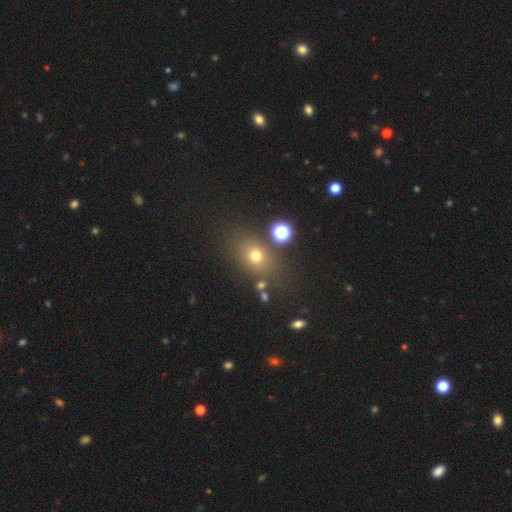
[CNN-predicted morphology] smooth_or_featured: smooth (p=0.68) [alt: star or artifact p=0.20]
how_rounded: in between (p=0.50) [alt: round p=0.48]
merging: none (p=0.74) [alt: minor disturbance p=0.13]